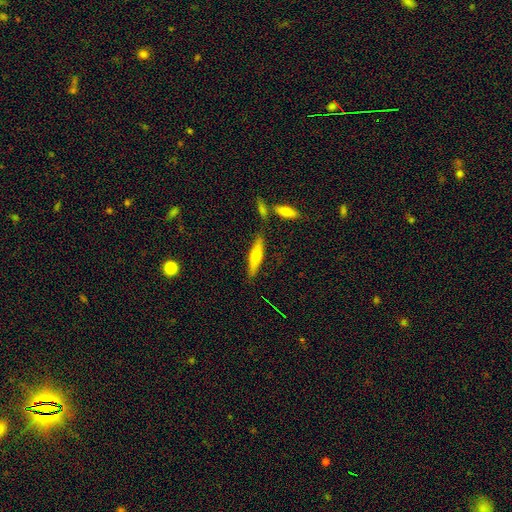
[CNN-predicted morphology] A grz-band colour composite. It shows a smooth galaxy with no disk features (52%) that is cigar-shaped (79%). Merging: none (79%).